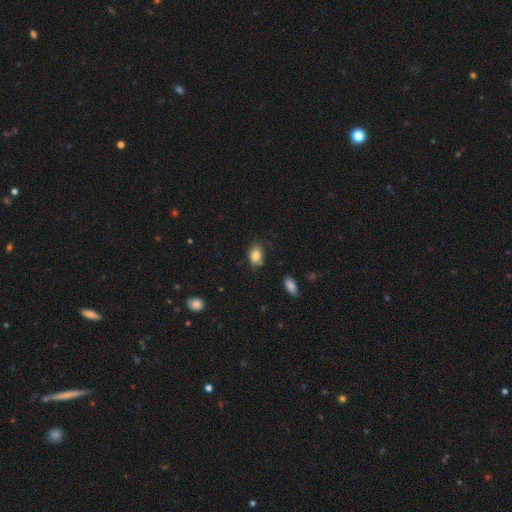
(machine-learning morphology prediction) smooth 84%, star or artifact 9%, featured or disk 8%. Down the decision tree: how rounded — in between (86%); merging — none (72%).